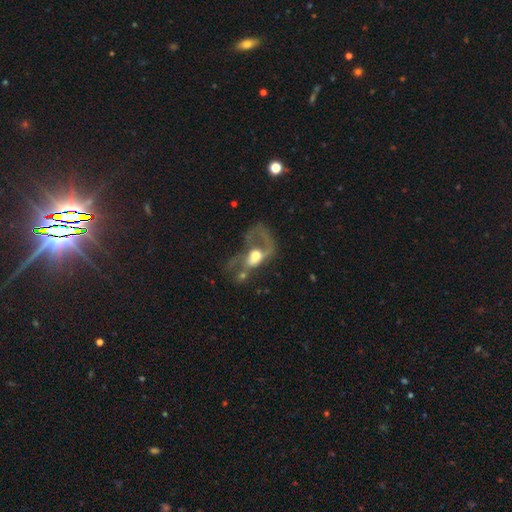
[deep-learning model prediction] This is likely a featured or disk galaxy (63%). It is clearly not viewed edge-on (94%). Bar: likely no (68%). Spiral arm pattern: possibly yes (60%). Central bulge: possibly moderate (52%). Merging: possibly major disturbance (54%).